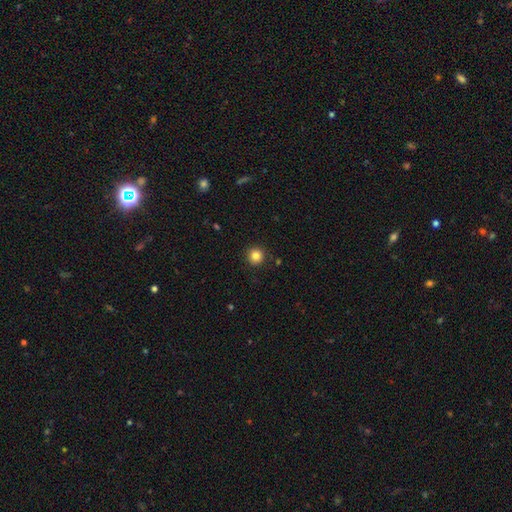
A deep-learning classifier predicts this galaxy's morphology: smooth_or_featured: smooth (p=0.83) [alt: star or artifact p=0.11]
how_rounded: round (p=0.95) [alt: in between p=0.04]
merging: none (p=0.92) [alt: minor disturbance p=0.05]